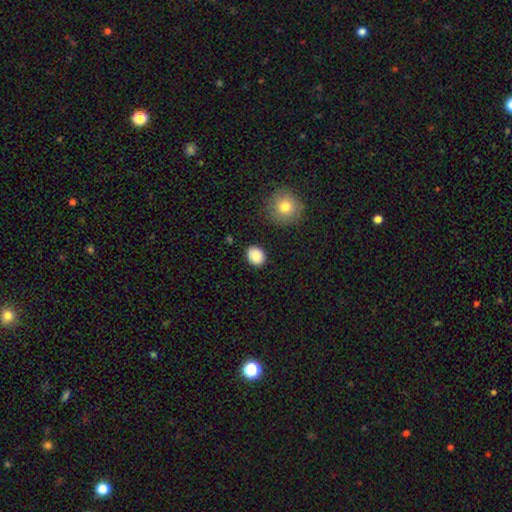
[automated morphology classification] Q: Smooth or featured?
A: smooth (89%); runner-up: star or artifact (8%)
Q: How rounded?
A: round (56%); runner-up: in between (43%)
Q: Merging?
A: none (87%); runner-up: minor disturbance (9%)